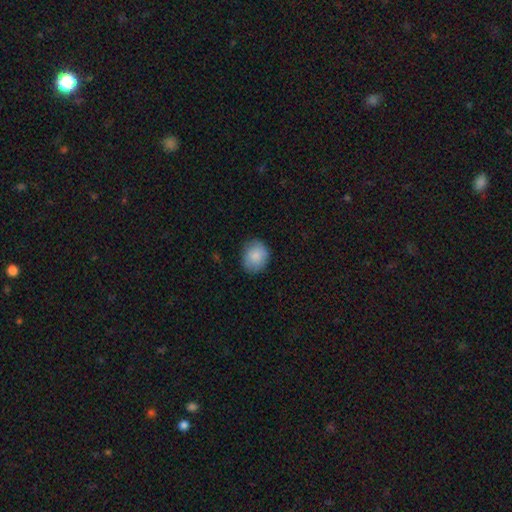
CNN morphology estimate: Smooth or featured? smooth (87%)
How rounded? round (60%)
Merging? none (83%)